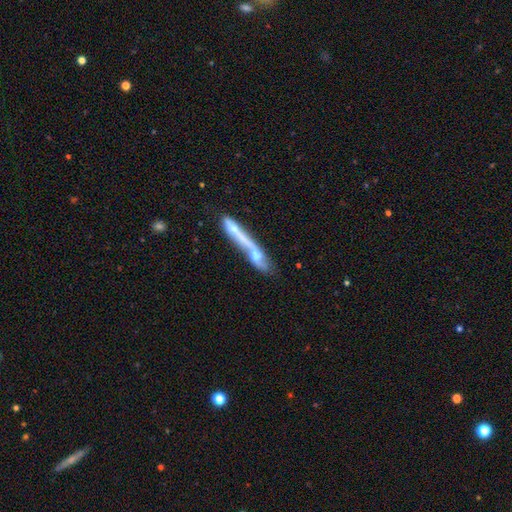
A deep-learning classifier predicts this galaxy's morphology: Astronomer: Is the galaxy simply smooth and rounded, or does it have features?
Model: featured or disk — 48% (runner-up: smooth, 45%).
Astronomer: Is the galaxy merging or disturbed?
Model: merger — 54%.